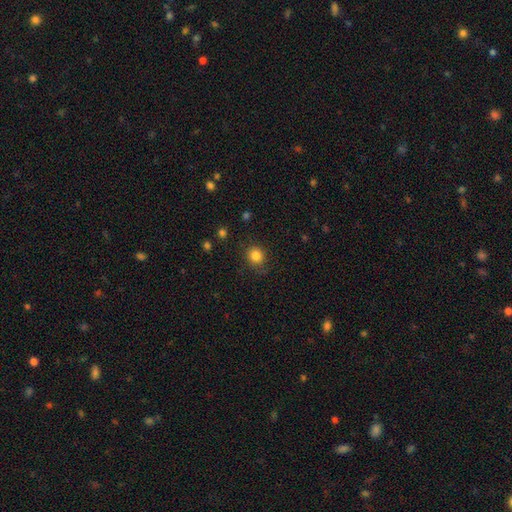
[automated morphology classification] smooth 84%, star or artifact 11%, featured or disk 5%. Down the decision tree: how rounded — round (85%); merging — none (82%).